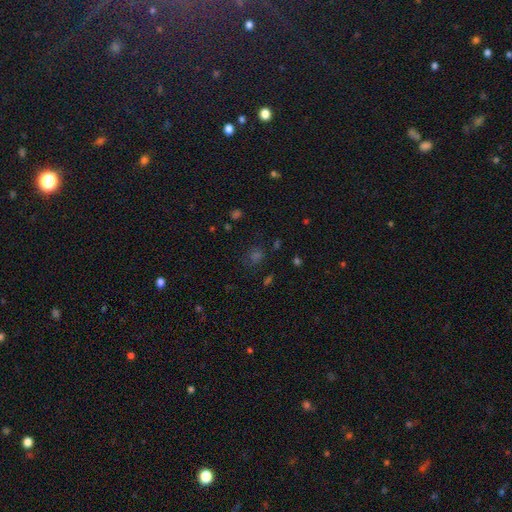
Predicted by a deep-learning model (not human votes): The model was most divided on "smooth or featured": star or artifact: 46%, smooth: 45%, featured or disk: 9%.